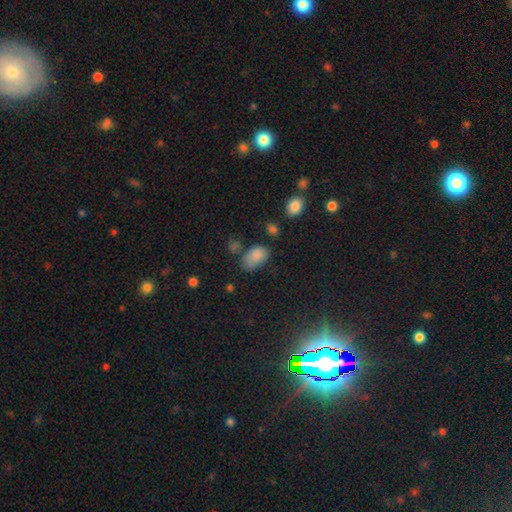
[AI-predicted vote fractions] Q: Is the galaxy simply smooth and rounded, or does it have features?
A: smooth — 83%.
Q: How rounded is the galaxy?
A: in between — 91%.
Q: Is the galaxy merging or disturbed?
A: none — 51%.